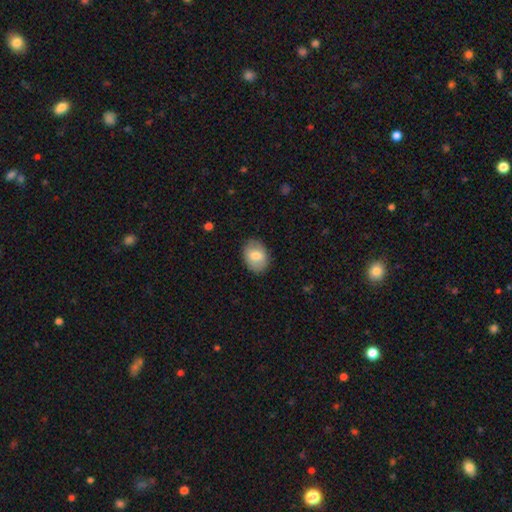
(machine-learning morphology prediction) Smooth or featured: smooth — 71% (featured or disk — 22%)
How rounded: in between — 73% (round — 26%)
Merging: none — 84% (minor disturbance — 12%)